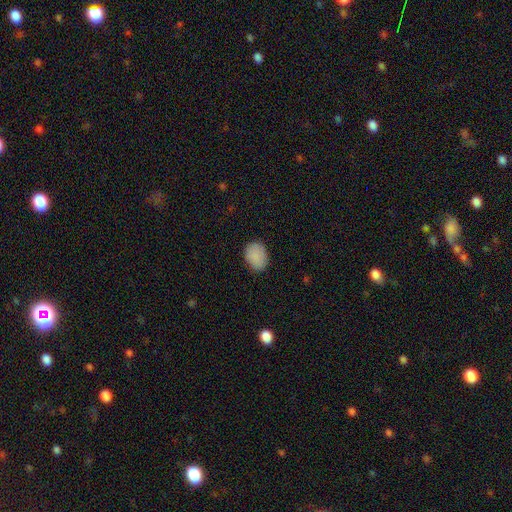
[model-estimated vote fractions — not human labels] Morphology: type=smooth (88%); roundness=in between (65%); merging=none (83%).